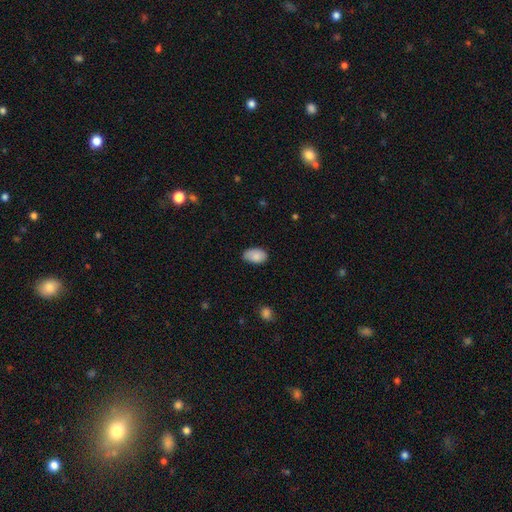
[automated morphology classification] This is clearly a smooth galaxy (88%). How rounded: clearly in between (92%). Merging: likely none (76%).